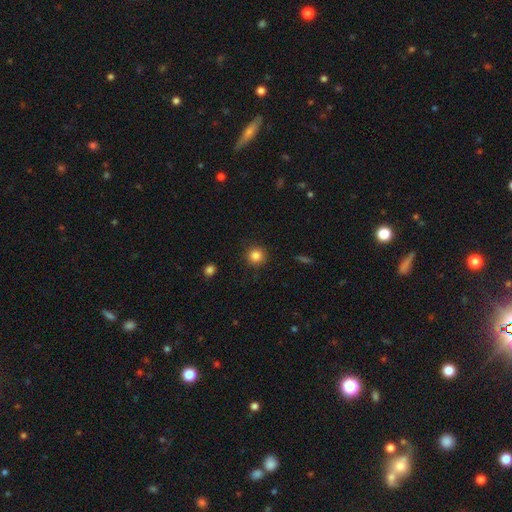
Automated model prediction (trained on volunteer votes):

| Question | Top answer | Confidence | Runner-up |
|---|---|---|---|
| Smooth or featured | smooth | 84% | star or artifact (11%) |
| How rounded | round | 94% | in between (5%) |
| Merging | none | 91% | minor disturbance (6%) |